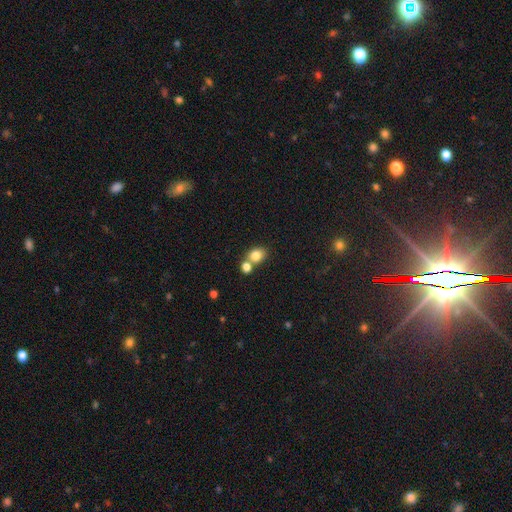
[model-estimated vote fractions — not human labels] This is clearly a smooth galaxy (82%). How rounded: possibly round (55%). Merging: possibly none (53%).